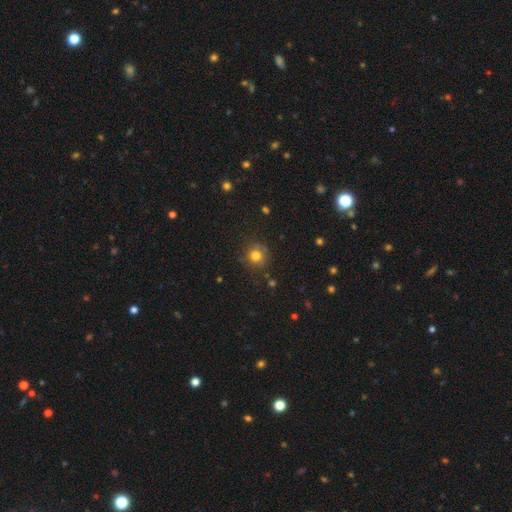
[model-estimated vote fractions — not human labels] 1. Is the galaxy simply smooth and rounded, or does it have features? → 76% smooth, 15% star or artifact, 9% featured or disk.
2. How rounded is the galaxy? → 89% round, 11% in between, 1% cigar-shaped.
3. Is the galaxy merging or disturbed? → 76% none, 16% minor disturbance, 5% major disturbance, 4% merger.